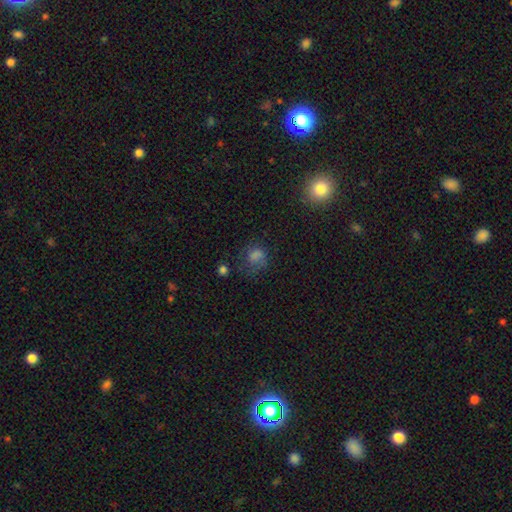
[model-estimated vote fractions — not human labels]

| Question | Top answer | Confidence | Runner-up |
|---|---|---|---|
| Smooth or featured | smooth | 64% | star or artifact (22%) |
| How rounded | round | 56% | in between (43%) |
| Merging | none | 49% | minor disturbance (24%) |